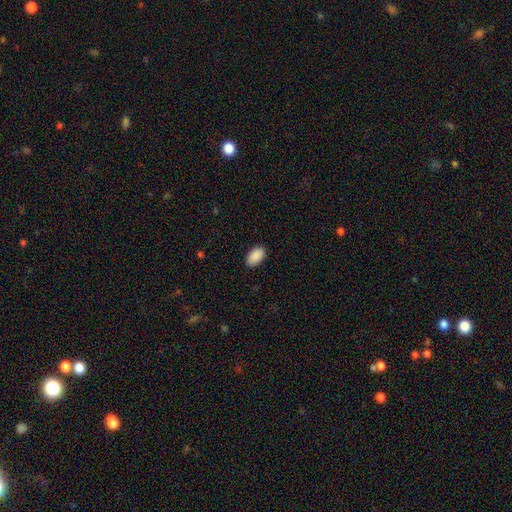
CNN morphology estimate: This appears to be a smooth galaxy with no disk features (91%) that is in between round and cigar-shaped (94%). Merging: none (88%).